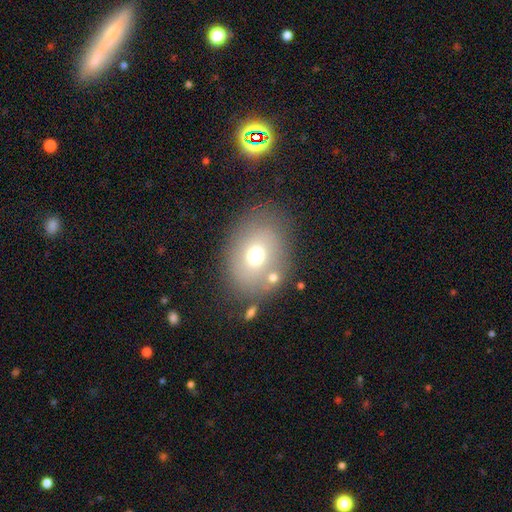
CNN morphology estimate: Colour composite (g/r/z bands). It shows a smooth galaxy with no disk features (66%) that is in between round and cigar-shaped (60%). Merging: none (71%).